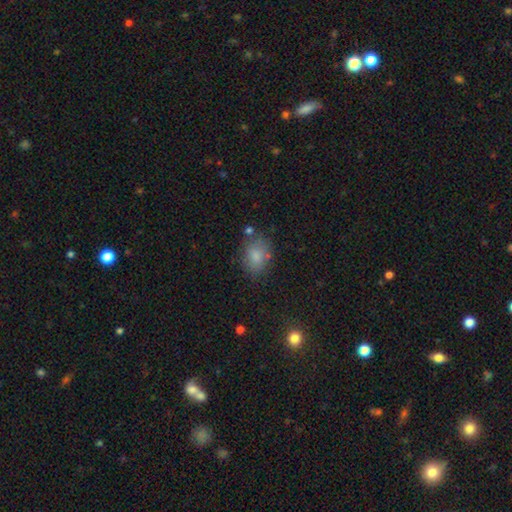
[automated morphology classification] type=smooth (82%); roundness=in between (71%); merging=none (69%).